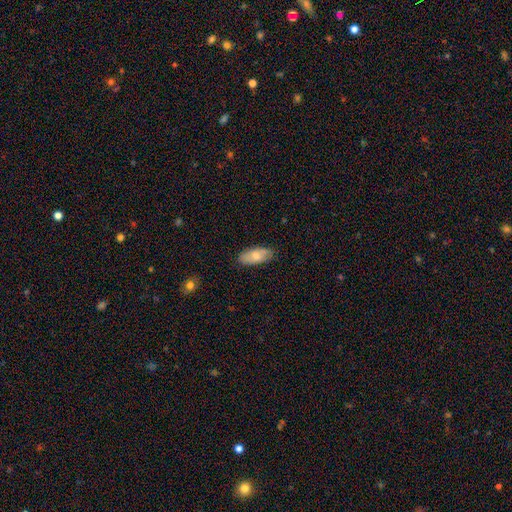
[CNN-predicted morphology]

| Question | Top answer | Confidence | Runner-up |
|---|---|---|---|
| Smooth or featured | smooth | 76% | featured or disk (18%) |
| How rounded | in between | 87% | cigar-shaped (11%) |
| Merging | none | 84% | minor disturbance (13%) |